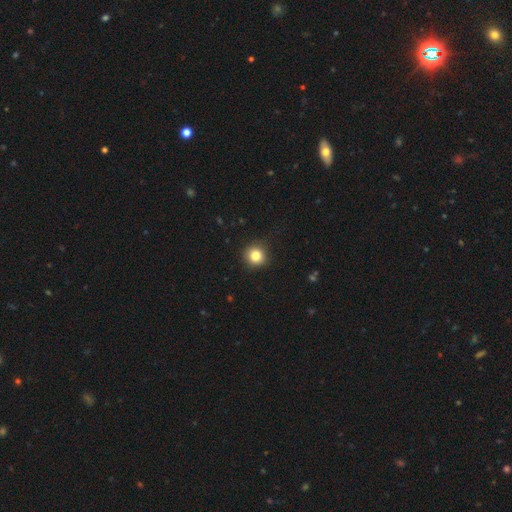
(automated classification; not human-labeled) Smooth or featured? Predicted: smooth (p=0.82). How rounded? Predicted: round (p=0.94). Merging? Predicted: none (p=0.90).